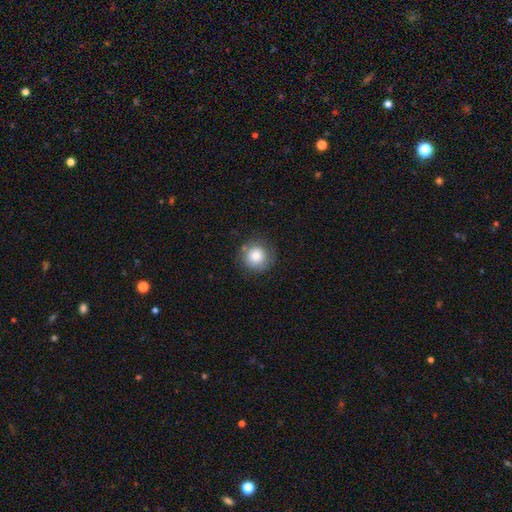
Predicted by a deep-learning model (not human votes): Q: Smooth or featured?
A: smooth (81%); runner-up: star or artifact (10%)
Q: How rounded?
A: round (94%); runner-up: in between (5%)
Q: Merging?
A: none (83%); runner-up: minor disturbance (12%)